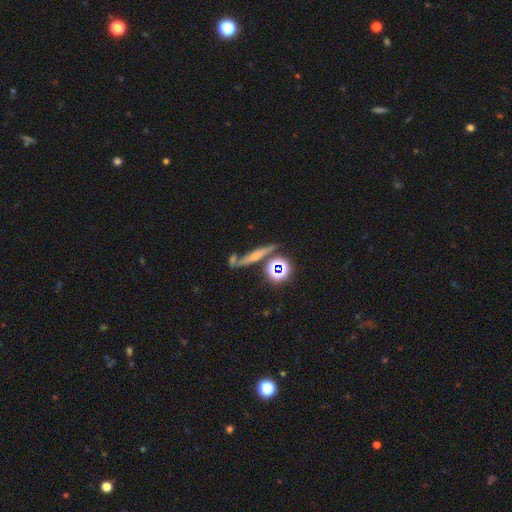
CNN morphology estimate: Smooth or featured? featured or disk (46%)
Merging? none (64%)